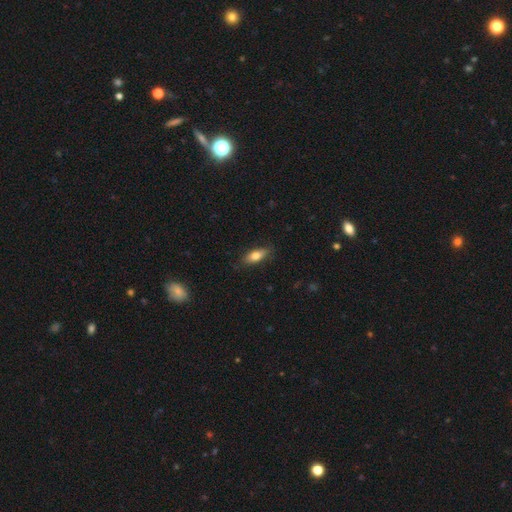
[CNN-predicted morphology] smooth_or_featured: smooth (p=0.74) [alt: featured or disk p=0.19]
how_rounded: in between (p=0.72) [alt: cigar-shaped p=0.25]
merging: none (p=0.84) [alt: minor disturbance p=0.13]